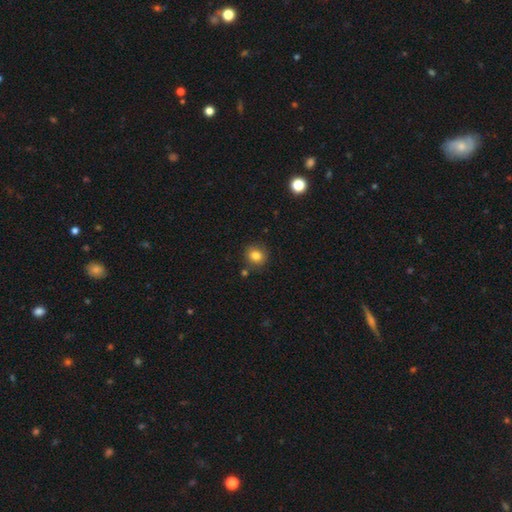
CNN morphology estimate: Smooth or featured? Predicted: smooth (p=0.82). How rounded? Predicted: round (p=0.85). Merging? Predicted: none (p=0.84).